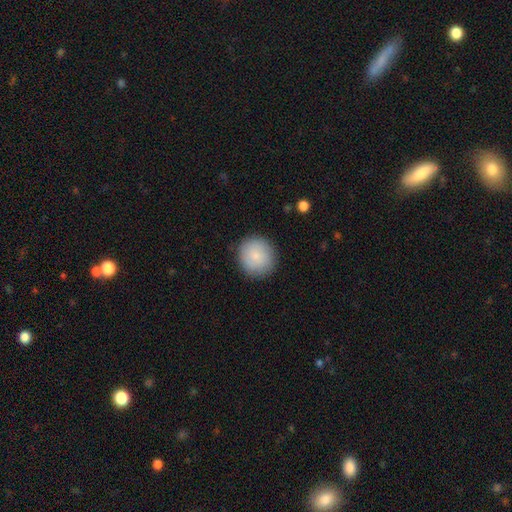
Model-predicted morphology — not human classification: Smooth or featured? smooth (85%)
How rounded? round (89%)
Merging? none (87%)